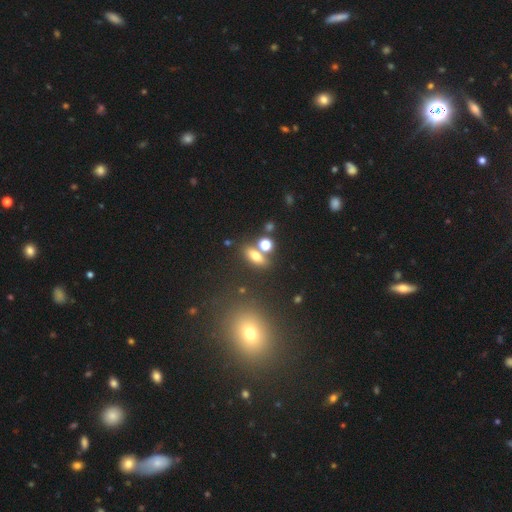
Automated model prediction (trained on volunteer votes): Smooth or featured? smooth (68%)
How rounded? in between (69%)
Merging? none (65%)